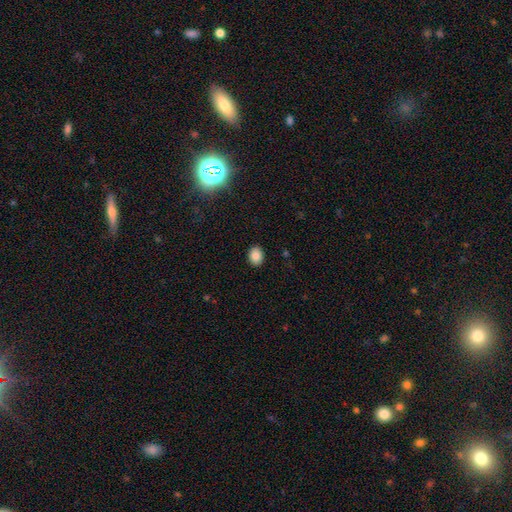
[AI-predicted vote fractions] A smooth galaxy with no disk features (85%) that is in between round and cigar-shaped (61%). Merging: none (90%).